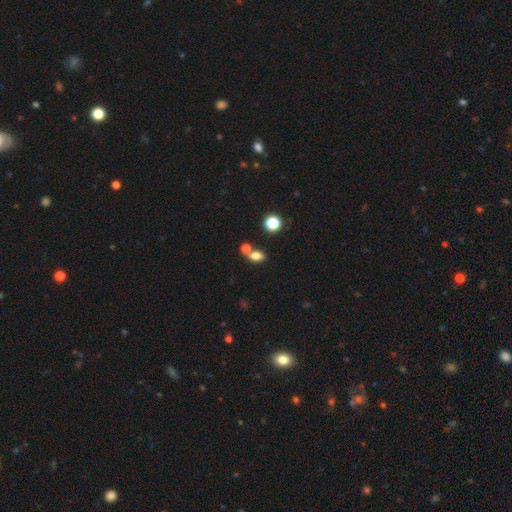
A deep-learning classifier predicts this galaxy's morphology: smooth 77%, star or artifact 13%, featured or disk 9%. Down the decision tree: how rounded — in between (76%); merging — none (59%).